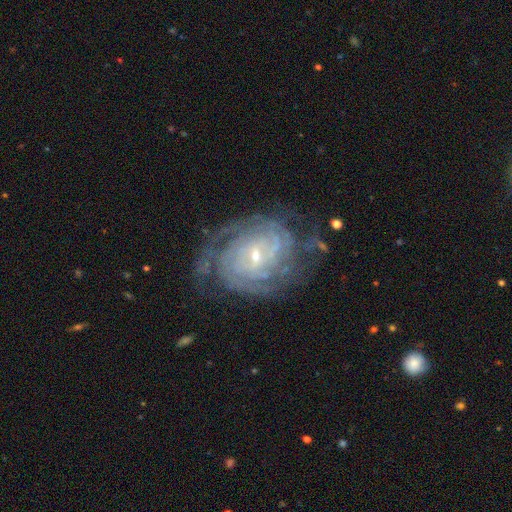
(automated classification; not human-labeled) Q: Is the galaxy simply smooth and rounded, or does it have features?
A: featured or disk — 88%.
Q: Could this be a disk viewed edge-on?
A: no — 97%.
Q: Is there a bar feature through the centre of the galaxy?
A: weak — 47%.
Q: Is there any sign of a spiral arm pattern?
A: yes — 97%.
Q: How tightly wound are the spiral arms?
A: tight — 77%.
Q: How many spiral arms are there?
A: can't tell — 33%.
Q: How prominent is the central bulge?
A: small — 73%.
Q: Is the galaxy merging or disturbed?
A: none — 71%.